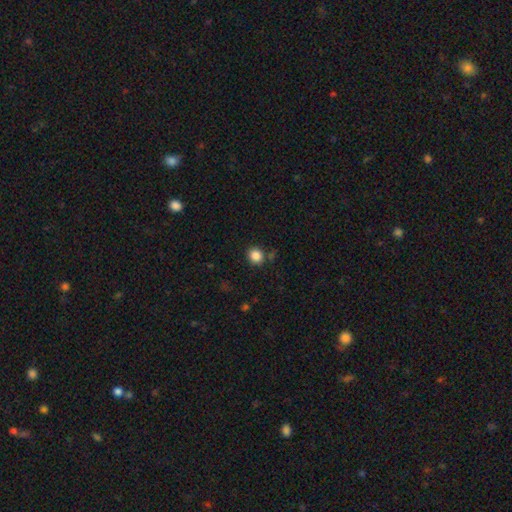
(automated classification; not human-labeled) A smooth galaxy with no disk features (86%) that is round (80%).

Vote fractions:
- Smooth or featured? smooth: 86% / star or artifact: 10% / featured or disk: 4%
- How rounded? round: 80% / in between: 19% / cigar-shaped: 1%
- Merging? none: 82% / minor disturbance: 10% / merger: 5% / major disturbance: 3%